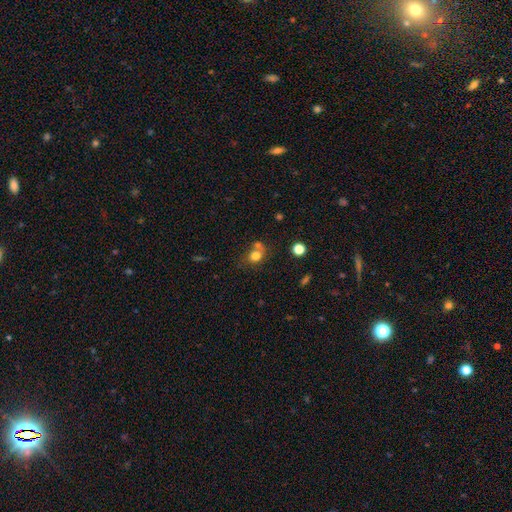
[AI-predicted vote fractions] Smooth or featured: smooth — 76% (star or artifact — 13%)
How rounded: round — 63% (in between — 35%)
Merging: none — 45% (merger — 34%)